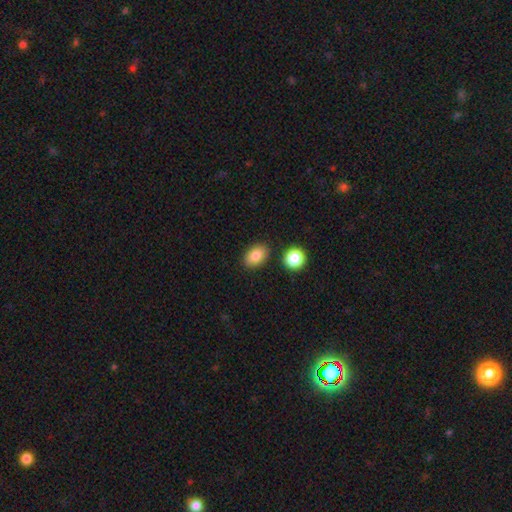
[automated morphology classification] smooth 85%, star or artifact 8%, featured or disk 7%. Down the decision tree: how rounded — in between (83%); merging — none (82%).